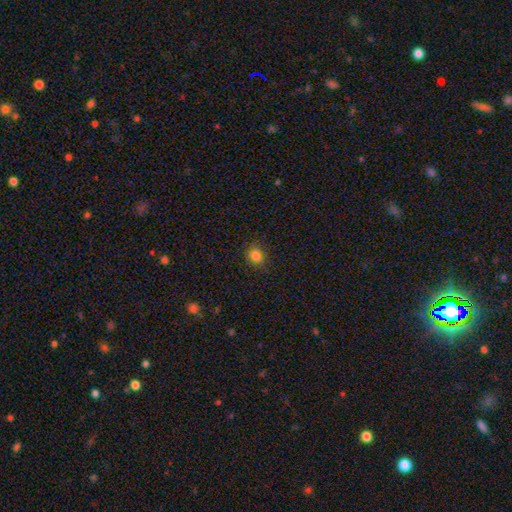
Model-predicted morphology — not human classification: This is clearly a smooth galaxy (83%). How rounded: likely round (69%). Merging: clearly none (84%).